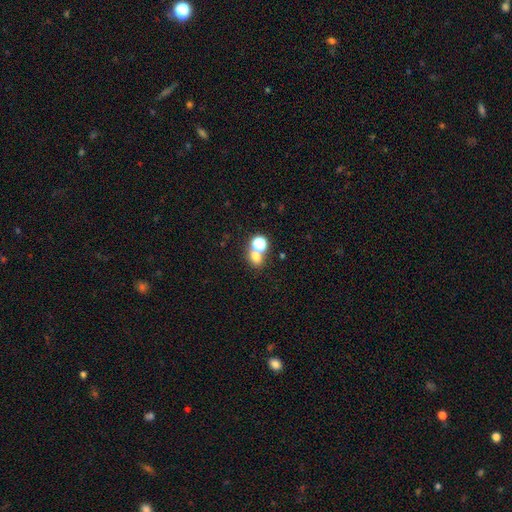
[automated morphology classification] Overall: smooth (66%). How rounded: round (60%; in between 39%). Merging: none (49%; merger 39%).